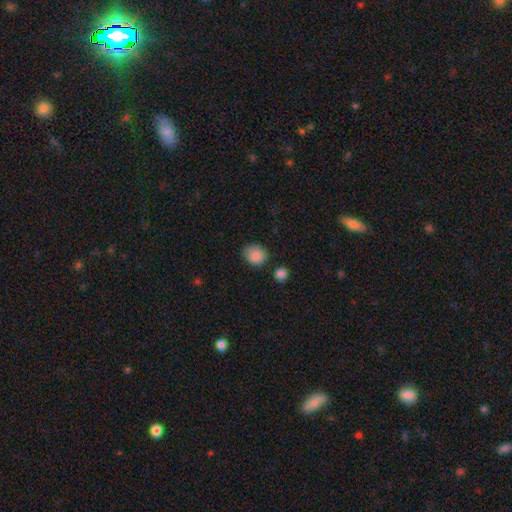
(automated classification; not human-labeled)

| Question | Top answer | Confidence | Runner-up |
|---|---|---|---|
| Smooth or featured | smooth | 87% | star or artifact (9%) |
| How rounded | round | 74% | in between (25%) |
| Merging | none | 77% | minor disturbance (16%) |